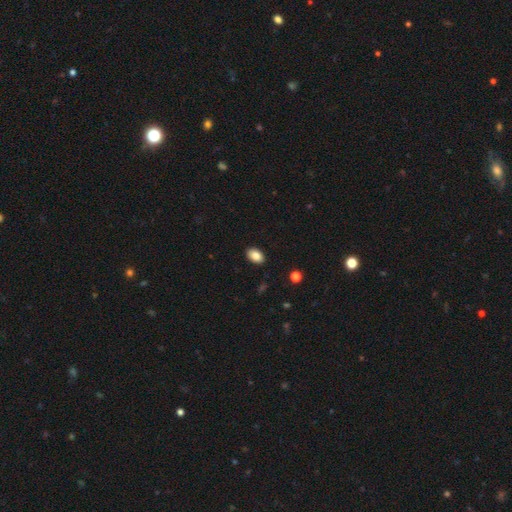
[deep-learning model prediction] Smooth or featured: smooth — 87% (star or artifact — 8%)
How rounded: in between — 87% (round — 12%)
Merging: none — 89% (minor disturbance — 8%)